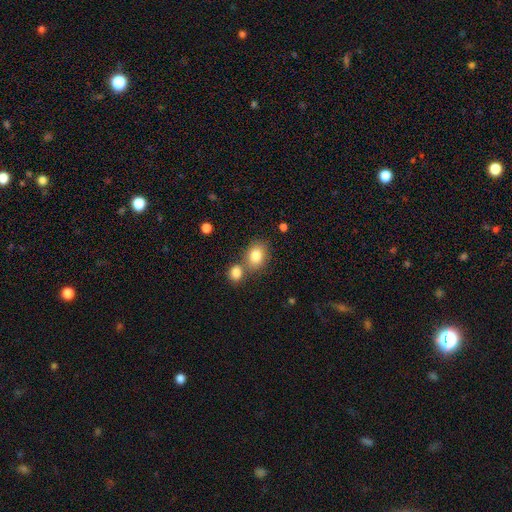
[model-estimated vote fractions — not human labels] A smooth galaxy with no disk features (82%) that is in between round and cigar-shaped (59%).

Vote fractions:
- Smooth or featured? smooth: 82% / star or artifact: 9% / featured or disk: 9%
- How rounded? in between: 59% / round: 39% / cigar-shaped: 1%
- Merging? none: 56% / merger: 30% / minor disturbance: 11% / major disturbance: 3%